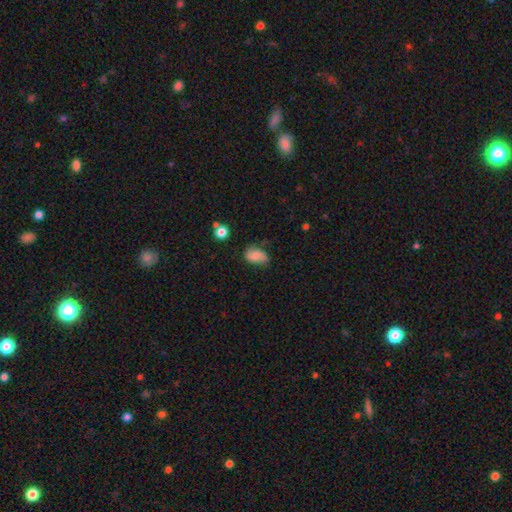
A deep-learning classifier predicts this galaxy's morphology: A smooth galaxy with no disk features (65%) that is in between round and cigar-shaped (83%). Merging: none (49%).